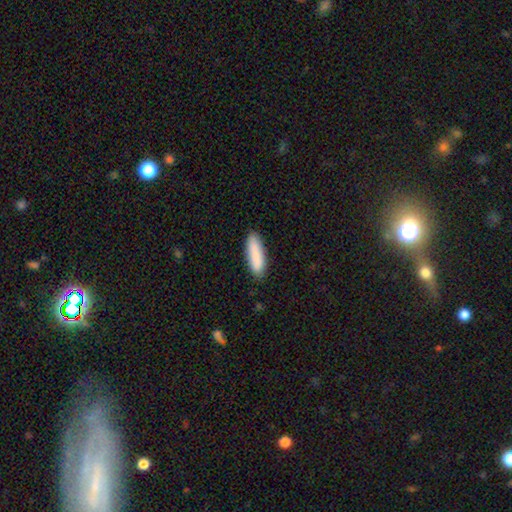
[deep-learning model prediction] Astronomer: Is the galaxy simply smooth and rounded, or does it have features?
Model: smooth — 86%.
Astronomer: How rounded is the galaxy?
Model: cigar-shaped — 53% (runner-up: in between, 45%).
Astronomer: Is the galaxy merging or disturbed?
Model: none — 86%.